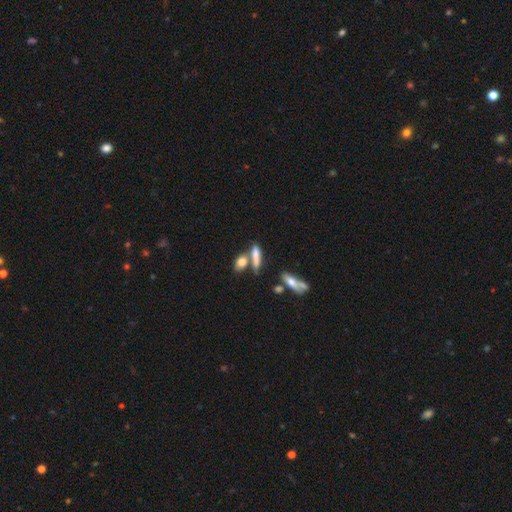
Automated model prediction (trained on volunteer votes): smooth_or_featured: smooth (p=0.73) [alt: featured or disk p=0.17]
how_rounded: in between (p=0.49) [alt: cigar-shaped p=0.45]
merging: none (p=0.43) [alt: merger p=0.40]